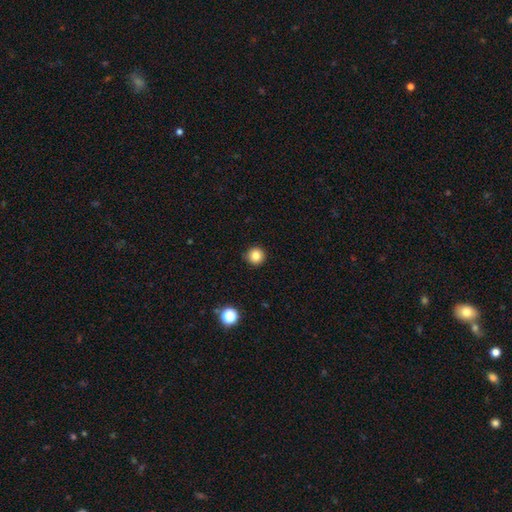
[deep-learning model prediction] This is clearly a smooth galaxy (83%). How rounded: clearly round (94%). Merging: clearly none (92%).